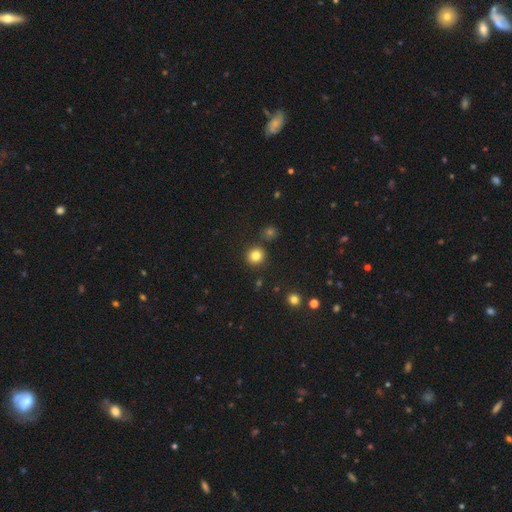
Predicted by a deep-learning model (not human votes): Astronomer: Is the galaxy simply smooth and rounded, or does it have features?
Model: smooth — 82%.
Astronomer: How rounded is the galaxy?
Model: round — 91%.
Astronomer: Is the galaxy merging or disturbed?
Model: none — 87%.